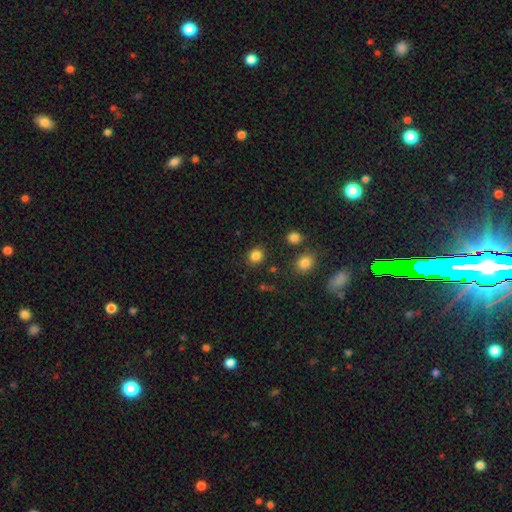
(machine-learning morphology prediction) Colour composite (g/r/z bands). It shows a smooth galaxy with no disk features (84%) that is round (78%). Merging: none (86%).